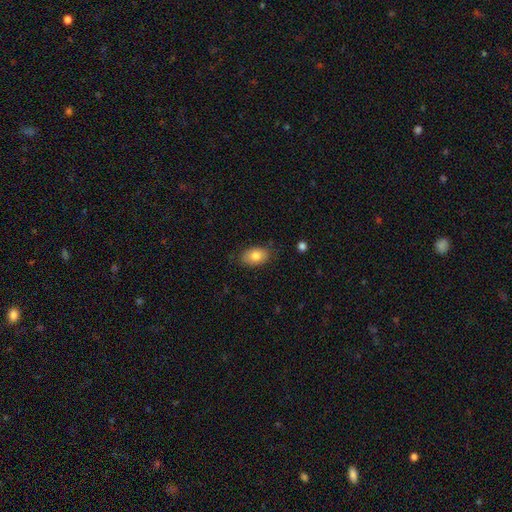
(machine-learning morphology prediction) smooth 81%, featured or disk 12%, star or artifact 8%. Down the decision tree: how rounded — in between (87%); merging — none (79%).